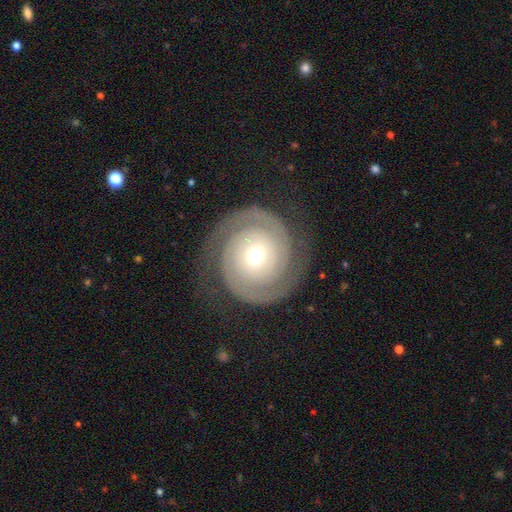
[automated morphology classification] type=featured or disk (91%); edge-on=no (98%); bar=no (78%); spiral arms=yes (98%); winding=tight (74%); arm count=2 (93%); bulge=moderate (60%); merging=none (84%).